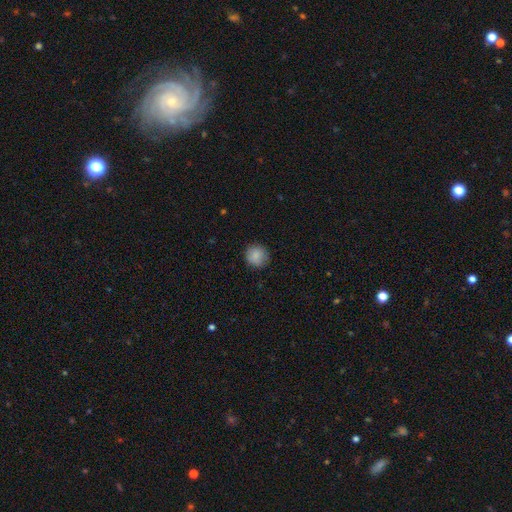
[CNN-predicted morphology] Q: Smooth or featured?
A: smooth (87%); runner-up: star or artifact (8%)
Q: How rounded?
A: round (91%); runner-up: in between (8%)
Q: Merging?
A: none (87%); runner-up: minor disturbance (9%)